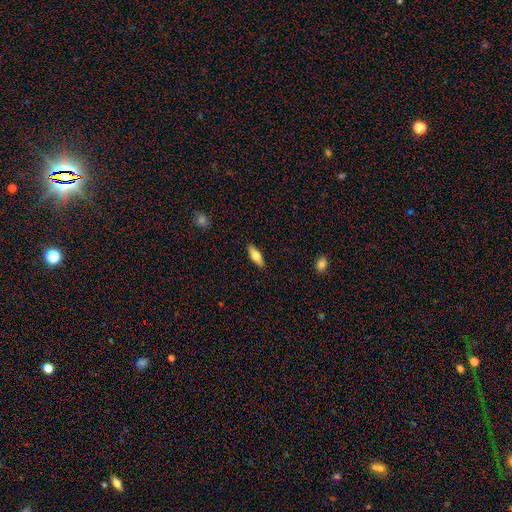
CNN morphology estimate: A smooth galaxy with no disk features (70%) that is in between round and cigar-shaped (70%).

Vote fractions:
- Smooth or featured? smooth: 70% / featured or disk: 24% / star or artifact: 6%
- How rounded? in between: 70% / cigar-shaped: 28% / round: 2%
- Merging? none: 89% / minor disturbance: 8% / major disturbance: 2% / merger: 1%